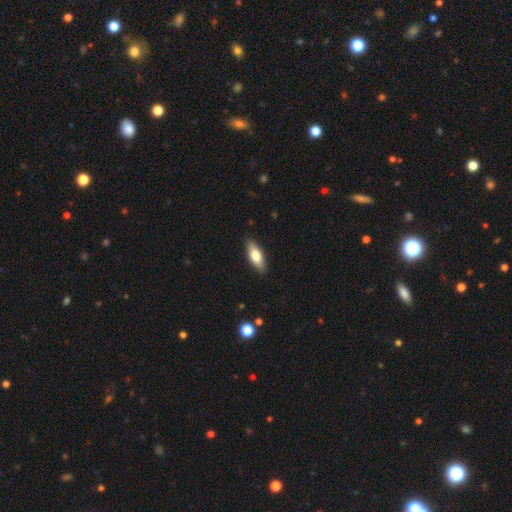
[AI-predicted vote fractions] smooth 68%, featured or disk 26%, star or artifact 6%. Down the decision tree: how rounded — in between (68%); merging — none (89%).